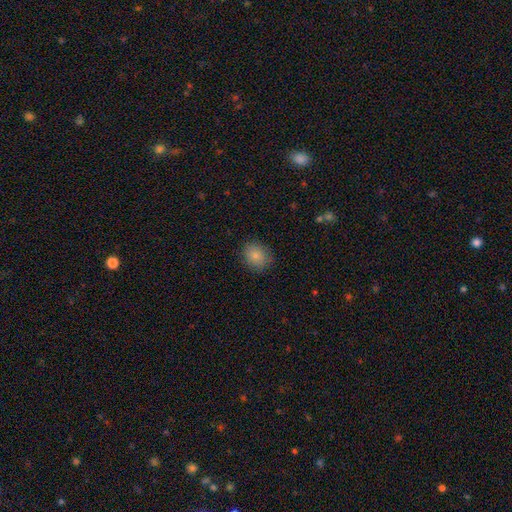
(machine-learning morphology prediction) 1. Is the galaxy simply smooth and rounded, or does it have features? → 85% smooth, 9% star or artifact, 6% featured or disk.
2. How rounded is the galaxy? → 63% round, 37% in between, 1% cigar-shaped.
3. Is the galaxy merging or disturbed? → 85% none, 11% minor disturbance, 3% major disturbance, 1% merger.